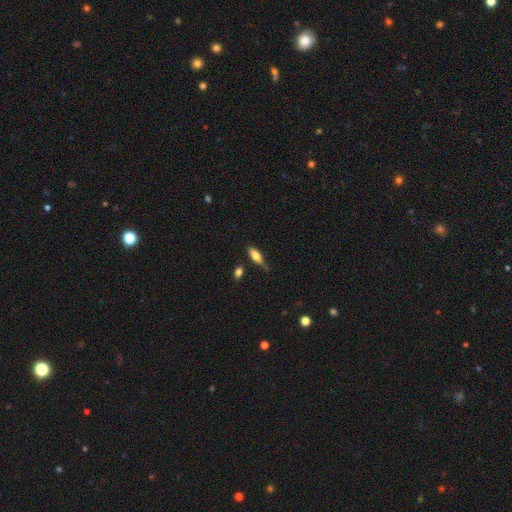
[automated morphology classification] Smooth or featured? smooth (69%)
How rounded? in between (65%)
Merging? none (58%)